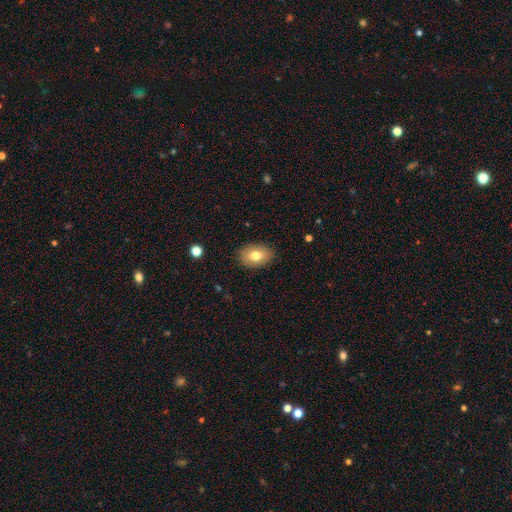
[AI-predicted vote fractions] Smooth or featured? Predicted: smooth (p=0.76). How rounded? Predicted: in between (p=0.83). Merging? Predicted: none (p=0.87).